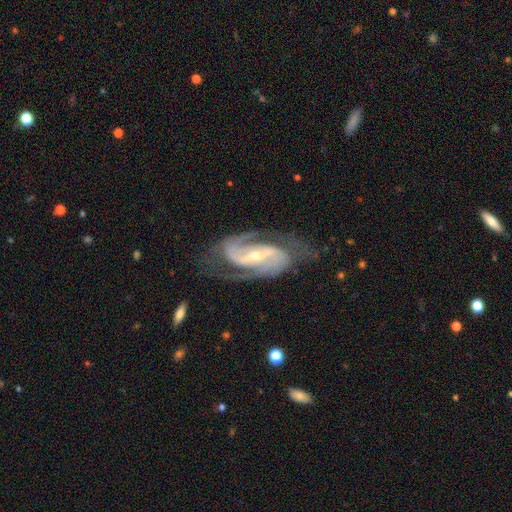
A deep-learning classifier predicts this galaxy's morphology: A featured or disk galaxy (92%) with a strong bar (48%), 2 (90%) medium (56%) spiral arms (98%) and a small central bulge (63%).

Vote fractions:
- Smooth or featured? featured or disk: 92% / star or artifact: 5% / smooth: 3%
- Edge-on disk? no: 96% / yes: 4%
- Bar? strong: 48% / weak: 33% / no: 19%
- Spiral arms? yes: 98% / no: 2%
- Spiral winding? medium: 56% / tight: 27% / loose: 17%
- Spiral arm count? 2: 90% / 3: 4% / can't tell: 3% / 1: 1% / 4: 1% / more than 4: 1%
- Bulge size? small: 63% / moderate: 34% / large: 2% / none: 1% / dominant: 1%
- Merging? none: 71% / minor disturbance: 18% / major disturbance: 9% / merger: 2%